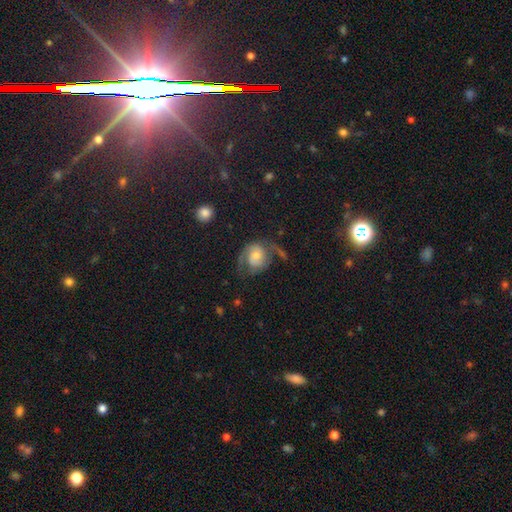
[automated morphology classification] smooth_or_featured: featured or disk (p=0.62) [alt: smooth p=0.28]
disk_edge_on: no (p=0.97) [alt: yes p=0.03]
bar: no (p=0.71) [alt: weak p=0.24]
has_spiral_arms: yes (p=0.85) [alt: no p=0.15]
spiral_winding: medium (p=0.43) [alt: loose p=0.30]
spiral_arm_count: 2 (p=0.71) [alt: 1 p=0.13]
bulge_size: small (p=0.43) [alt: moderate p=0.41]
merging: none (p=0.47) [alt: major disturbance p=0.27]